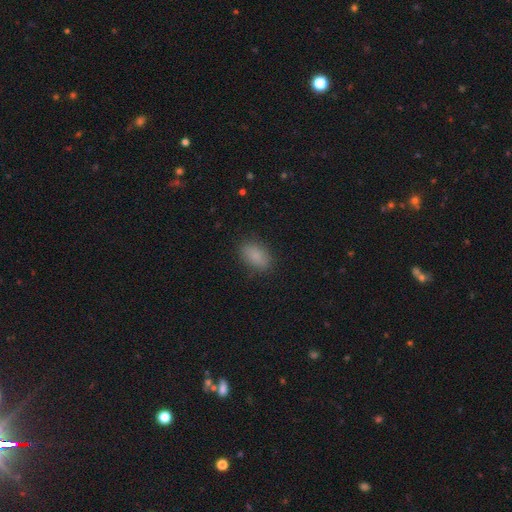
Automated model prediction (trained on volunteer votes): This is clearly a smooth galaxy (85%). How rounded: clearly in between (89%). Merging: clearly none (84%).